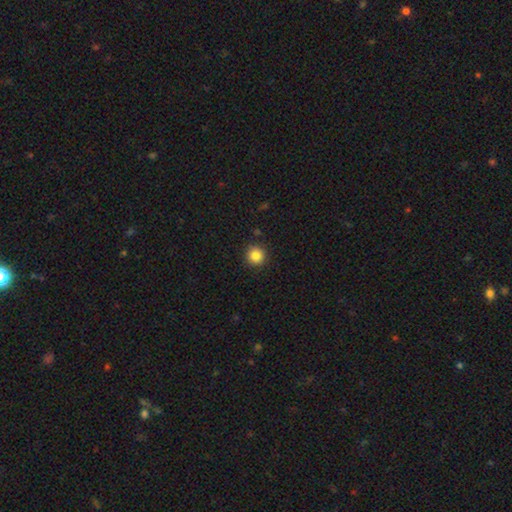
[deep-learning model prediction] Overall: smooth (85%). How rounded: round (94%). Merging: none (91%).